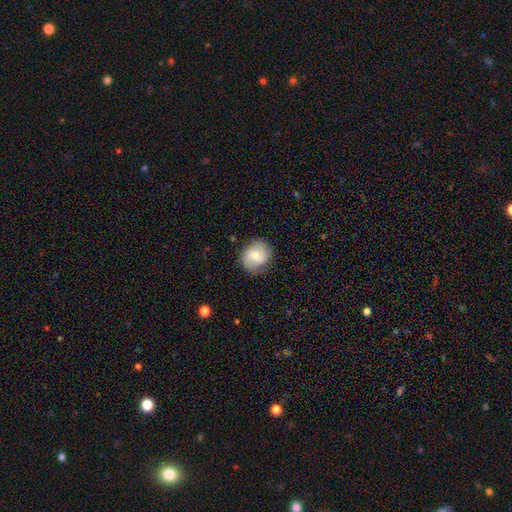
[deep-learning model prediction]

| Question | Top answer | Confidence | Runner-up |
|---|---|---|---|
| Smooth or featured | smooth | 59% | featured or disk (34%) |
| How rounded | round | 78% | in between (21%) |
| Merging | none | 80% | minor disturbance (15%) |